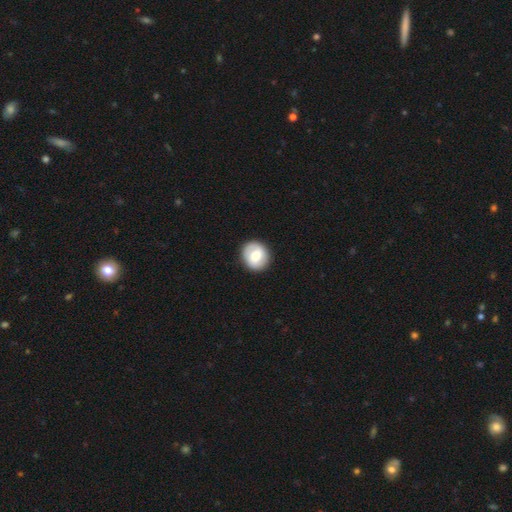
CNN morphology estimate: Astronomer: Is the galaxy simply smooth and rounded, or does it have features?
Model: smooth — 63%.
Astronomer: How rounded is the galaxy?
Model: round — 80%.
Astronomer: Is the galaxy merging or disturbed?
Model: none — 88%.